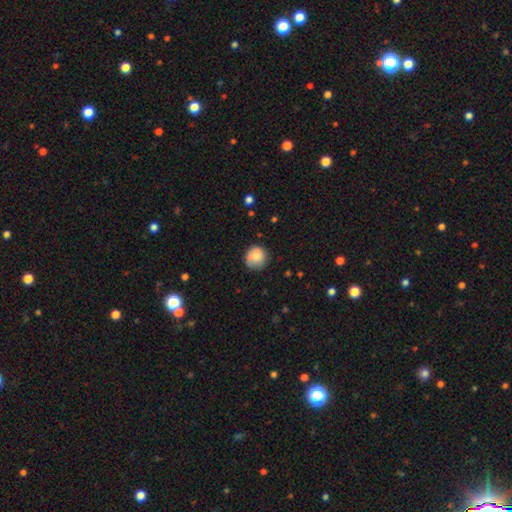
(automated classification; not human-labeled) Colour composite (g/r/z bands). It shows a smooth galaxy with no disk features (80%) that is round (89%). Merging: none (69%).